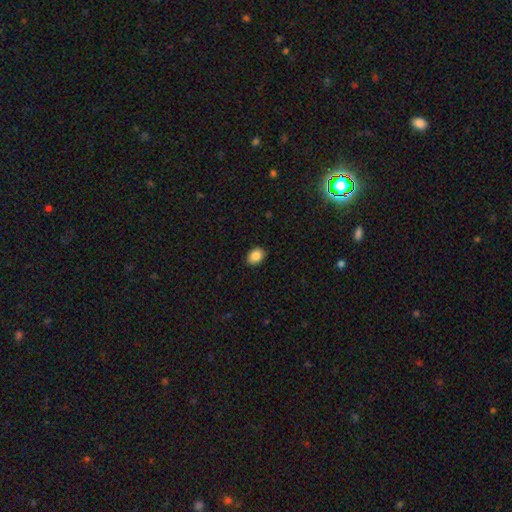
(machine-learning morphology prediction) A smooth galaxy with no disk features (88%) that is in between round and cigar-shaped (71%).

Vote fractions:
- Smooth or featured? smooth: 88% / star or artifact: 8% / featured or disk: 4%
- How rounded? in between: 71% / round: 28% / cigar-shaped: 1%
- Merging? none: 90% / minor disturbance: 8% / major disturbance: 2% / merger: 1%